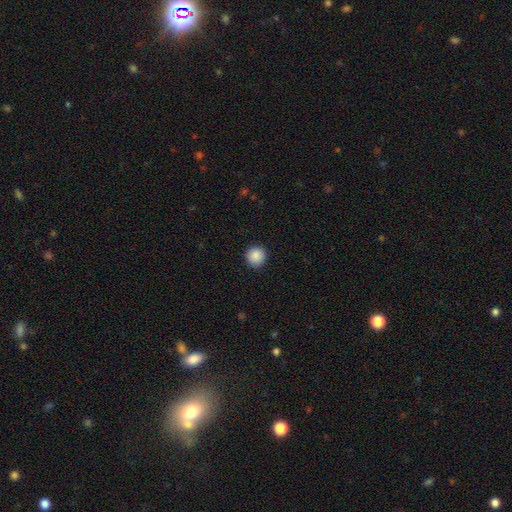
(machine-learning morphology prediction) Smooth or featured: smooth — 89% (star or artifact — 8%)
How rounded: round — 95% (in between — 4%)
Merging: none — 92% (minor disturbance — 5%)